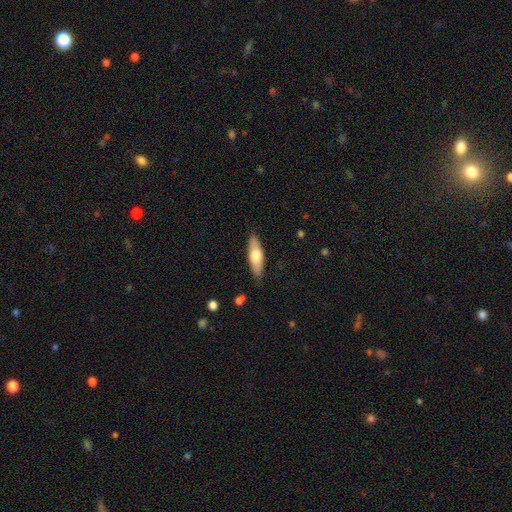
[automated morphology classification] smooth 62%, featured or disk 33%, star or artifact 5%. Down the decision tree: how rounded — in between (51%); merging — none (85%).